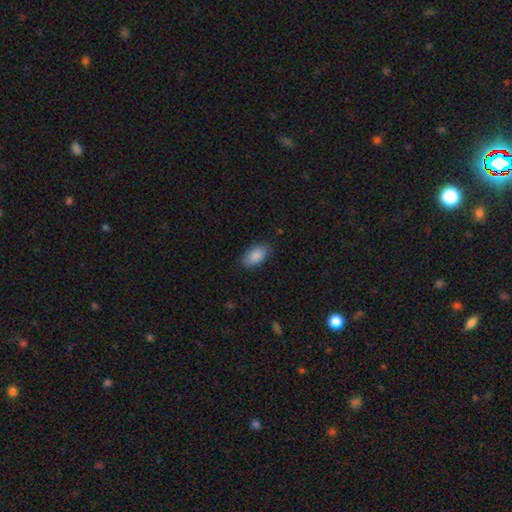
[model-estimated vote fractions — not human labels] Morphology: type=smooth (87%); roundness=in between (94%); merging=none (82%).